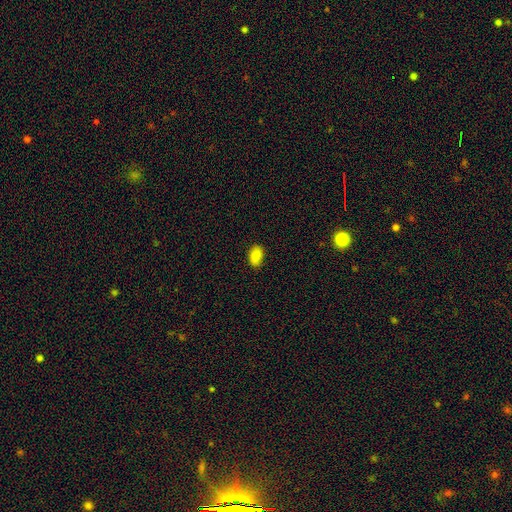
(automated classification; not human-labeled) Smooth or featured?
  - smooth: 88% *
  - star or artifact: 9%
  - featured or disk: 4%
How rounded?
  - in between: 91% *
  - round: 8%
  - cigar-shaped: 1%
Merging?
  - none: 86% *
  - minor disturbance: 11%
  - major disturbance: 2%
  - merger: 1%